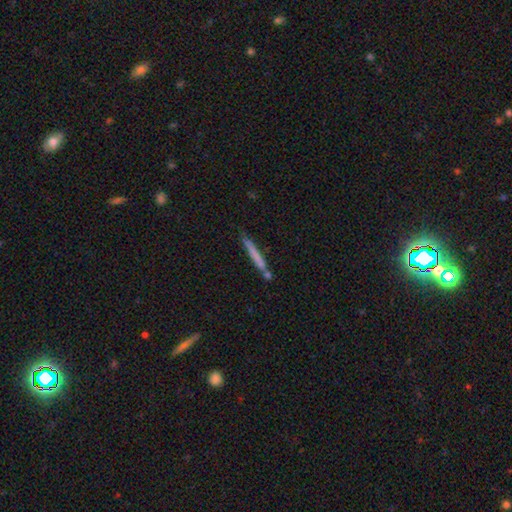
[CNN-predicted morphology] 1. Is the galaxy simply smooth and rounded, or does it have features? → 64% smooth, 29% featured or disk, 7% star or artifact.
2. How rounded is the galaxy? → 96% cigar-shaped, 3% in between, 1% round.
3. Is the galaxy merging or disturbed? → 73% none, 14% minor disturbance, 10% merger, 3% major disturbance.